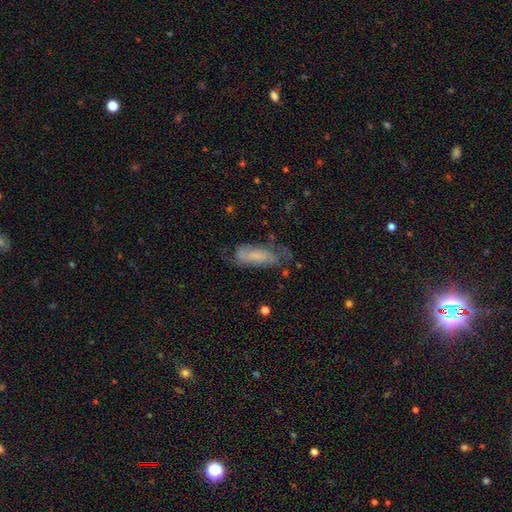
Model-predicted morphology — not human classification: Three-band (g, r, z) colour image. It shows a featured or disk galaxy (46%). Merging: none (51%).